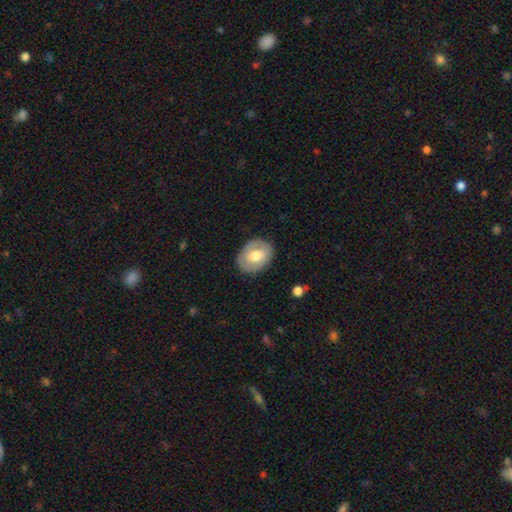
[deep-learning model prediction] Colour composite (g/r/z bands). It shows a smooth galaxy with no disk features (56%) that is in between round and cigar-shaped (64%). Merging: none (82%).